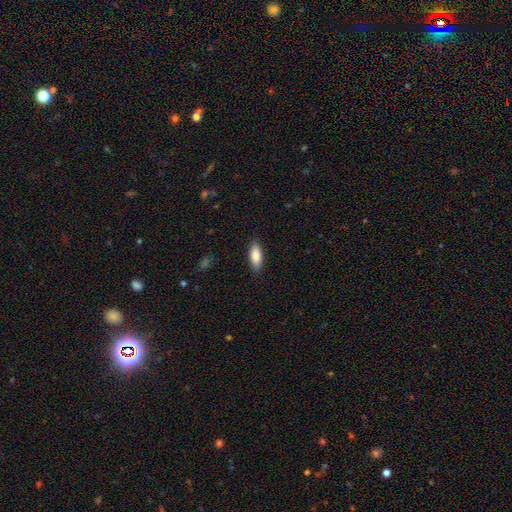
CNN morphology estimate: smooth_or_featured: smooth (p=0.87) [alt: featured or disk p=0.07]
how_rounded: in between (p=0.74) [alt: cigar-shaped p=0.24]
merging: none (p=0.87) [alt: minor disturbance p=0.09]